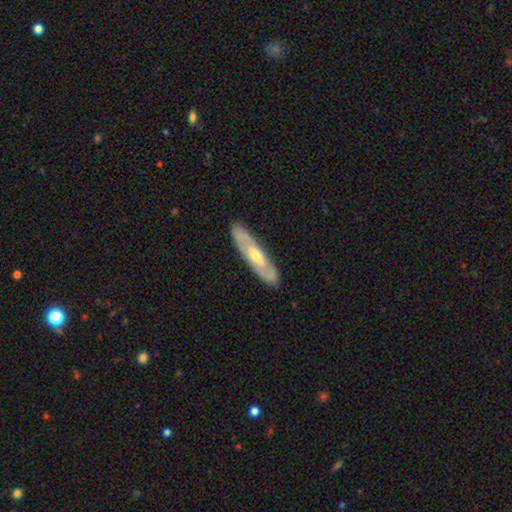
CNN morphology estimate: Smooth or featured? Predicted: featured or disk (p=0.69). Edge-on disk? Predicted: no (p=0.60). Merging? Predicted: none (p=0.88).